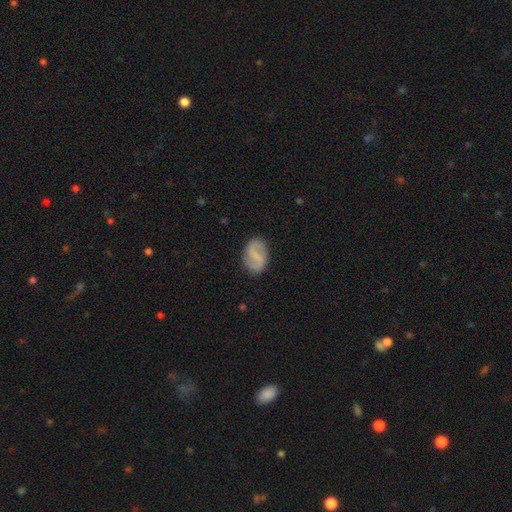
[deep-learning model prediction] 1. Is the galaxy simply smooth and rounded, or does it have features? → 64% featured or disk, 29% smooth, 7% star or artifact.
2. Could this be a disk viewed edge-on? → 98% no, 2% yes.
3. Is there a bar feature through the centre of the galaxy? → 46% weak, 38% strong, 17% no.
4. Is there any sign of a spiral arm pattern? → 86% yes, 14% no.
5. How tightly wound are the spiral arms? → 46% loose, 38% medium, 15% tight.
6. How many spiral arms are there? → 90% 2, 5% can't tell, 2% 1, 1% 3, 1% 4, 1% more than 4.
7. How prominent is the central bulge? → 54% none, 32% small, 11% moderate, 2% large, 1% dominant.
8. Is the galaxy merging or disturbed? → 83% none, 12% minor disturbance, 3% major disturbance, 1% merger.